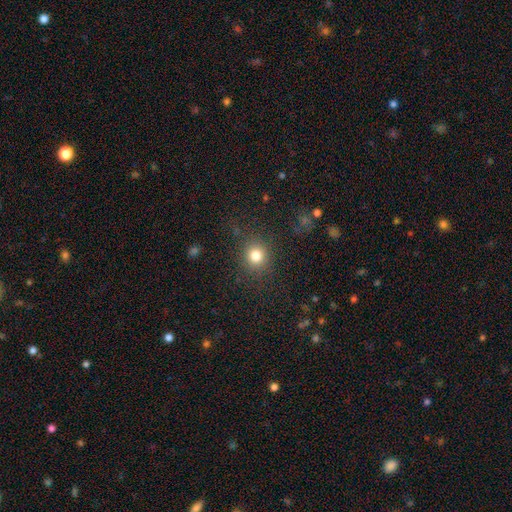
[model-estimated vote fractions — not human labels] Overall: smooth (81%). How rounded: round (86%). Merging: none (86%).